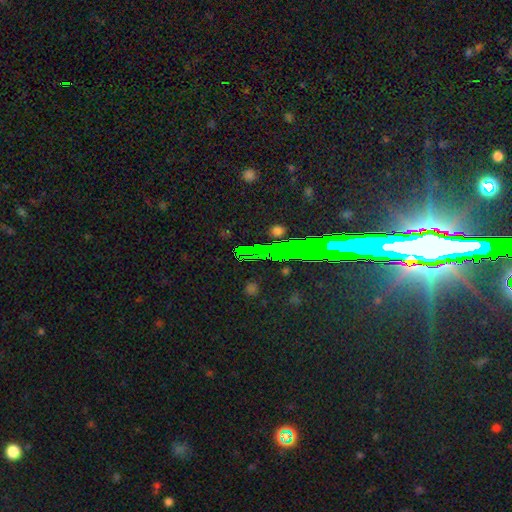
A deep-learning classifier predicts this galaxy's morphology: smooth-or-featured: star or artifact: 70% | smooth: 19% | featured or disk: 11%